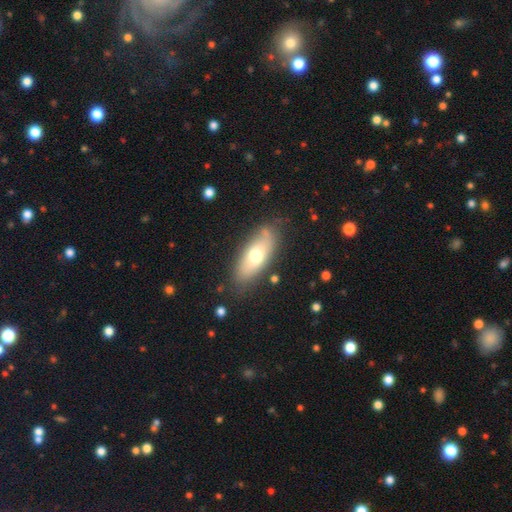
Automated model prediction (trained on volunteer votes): A smooth galaxy with no disk features (61%) that is in between round and cigar-shaped (78%). Merging: none (77%).